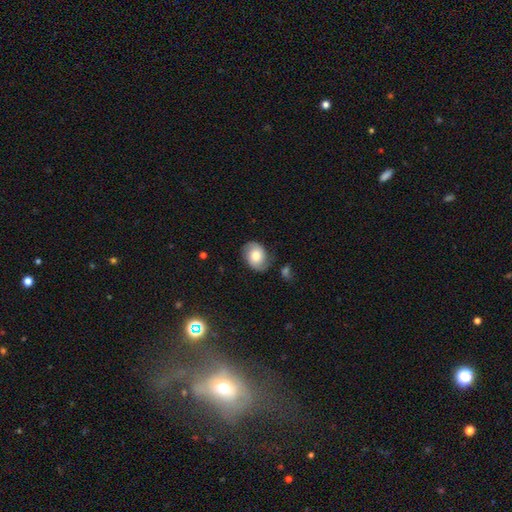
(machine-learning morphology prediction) A smooth galaxy with no disk features (49%). Merging: none (74%).